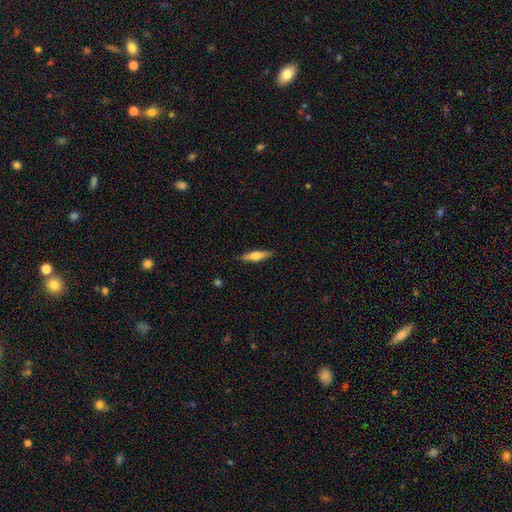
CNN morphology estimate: smooth-or-featured: smooth: 51% | featured or disk: 43% | star or artifact: 6%
  how-rounded: cigar-shaped: 77% | in between: 21% | round: 2%
  merging: none: 88% | minor disturbance: 9% | major disturbance: 2% | merger: 1%